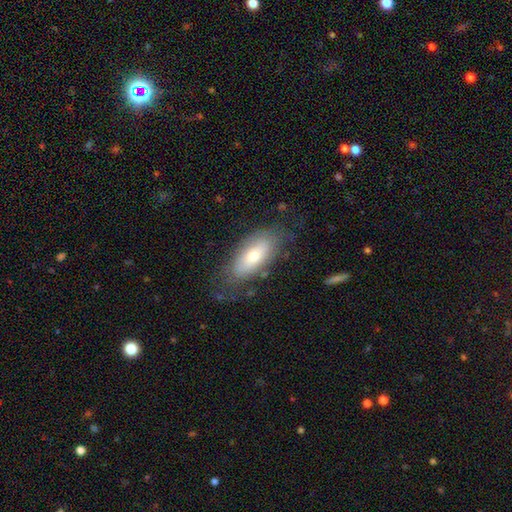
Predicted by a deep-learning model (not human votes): Morphology: type=smooth (62%); roundness=in between (82%); merging=none (70%).